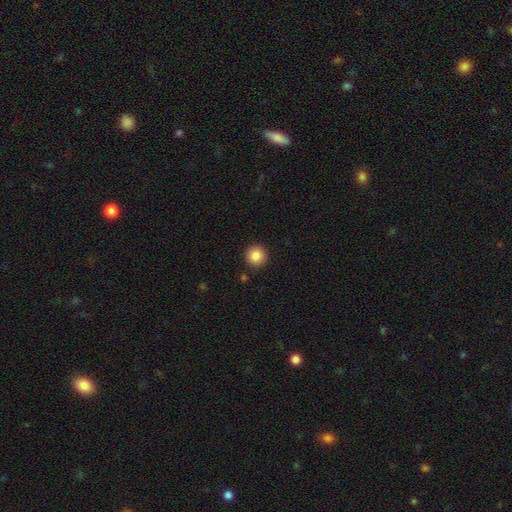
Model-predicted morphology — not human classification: This is clearly a smooth galaxy (87%). How rounded: clearly round (96%). Merging: clearly none (92%).